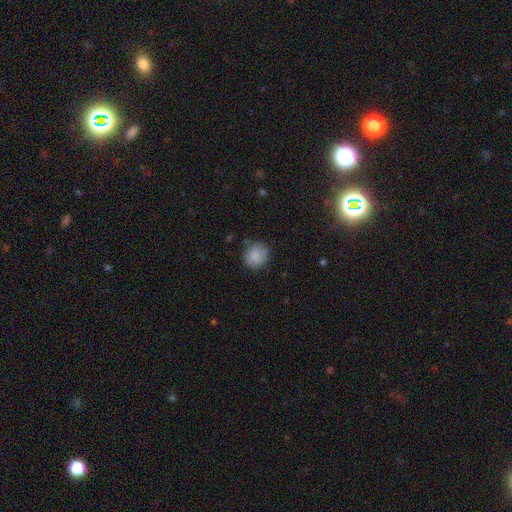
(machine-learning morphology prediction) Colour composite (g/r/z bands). It shows a smooth galaxy with no disk features (87%) that is round (83%). Merging: none (77%).